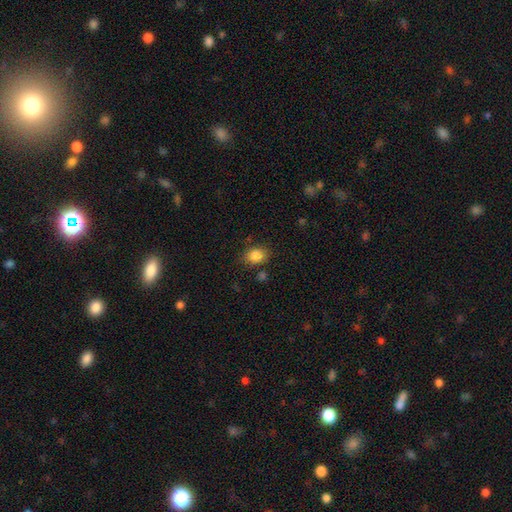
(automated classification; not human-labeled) Q: Smooth or featured?
A: smooth (85%); runner-up: star or artifact (9%)
Q: How rounded?
A: in between (54%); runner-up: round (45%)
Q: Merging?
A: none (79%); runner-up: minor disturbance (13%)